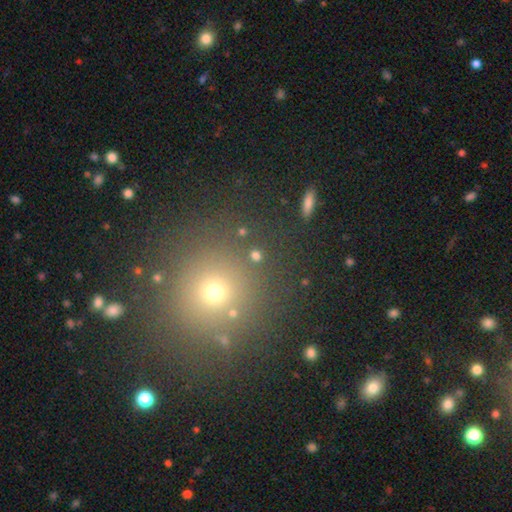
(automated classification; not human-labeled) Smooth or featured? Predicted: smooth (p=0.69). How rounded? Predicted: round (p=0.86). Merging? Predicted: none (p=0.85).